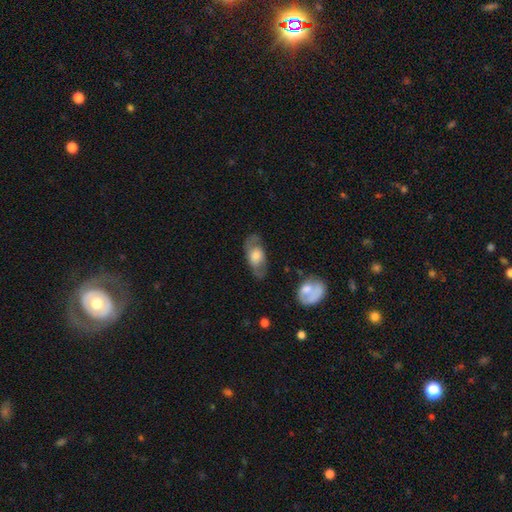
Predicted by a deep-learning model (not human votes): A featured or disk galaxy (51%). Merging: none (72%).